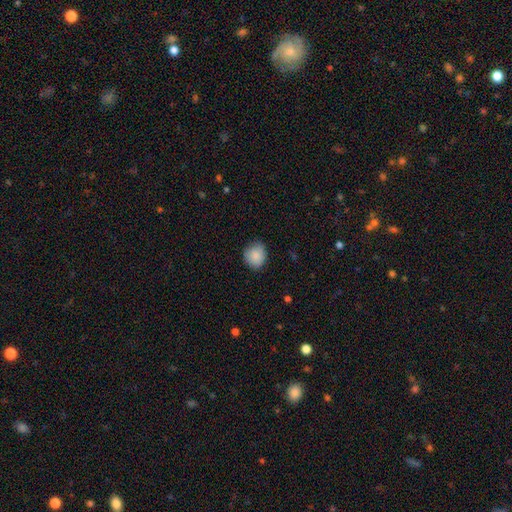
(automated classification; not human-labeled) Smooth or featured? Predicted: smooth (p=0.87). How rounded? Predicted: round (p=0.75). Merging? Predicted: none (p=0.77).